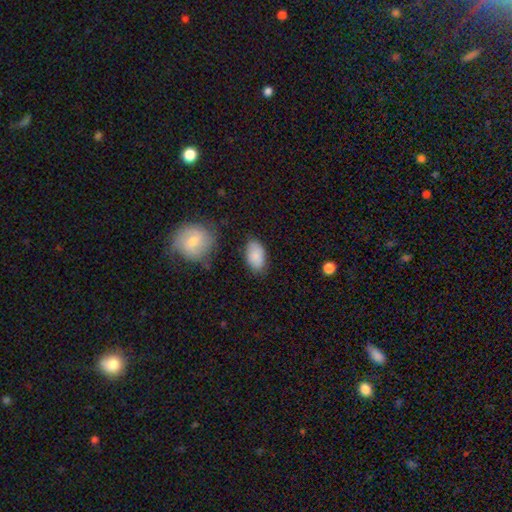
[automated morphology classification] Smooth or featured: smooth — 85% (featured or disk — 9%)
How rounded: in between — 92% (round — 6%)
Merging: none — 73% (minor disturbance — 18%)